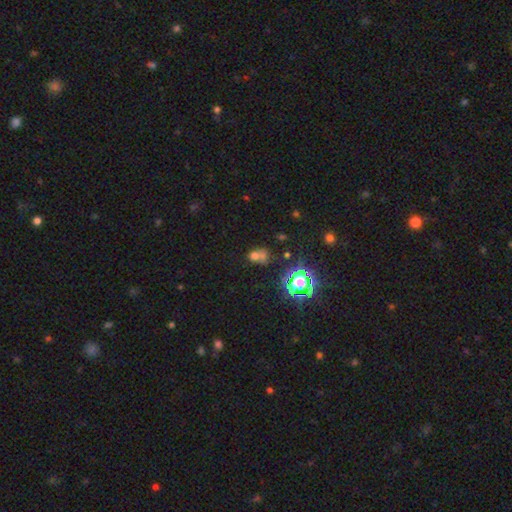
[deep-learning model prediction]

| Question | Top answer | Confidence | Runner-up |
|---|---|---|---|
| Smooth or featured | smooth | 55% | star or artifact (32%) |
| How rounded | round | 60% | in between (38%) |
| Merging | merger | 50% | none (34%) |